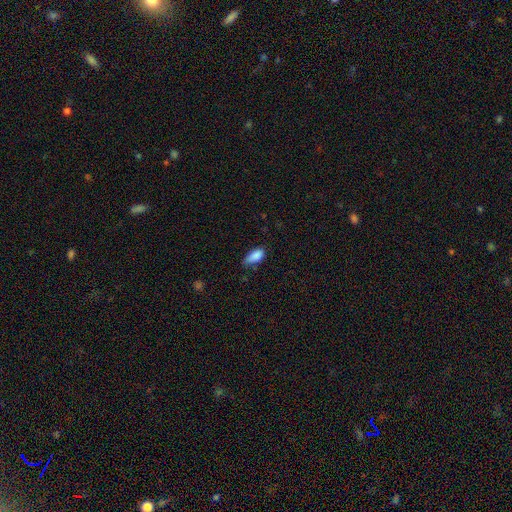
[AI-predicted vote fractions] A smooth galaxy with no disk features (86%) that is in between round and cigar-shaped (88%). Merging: none (52%).